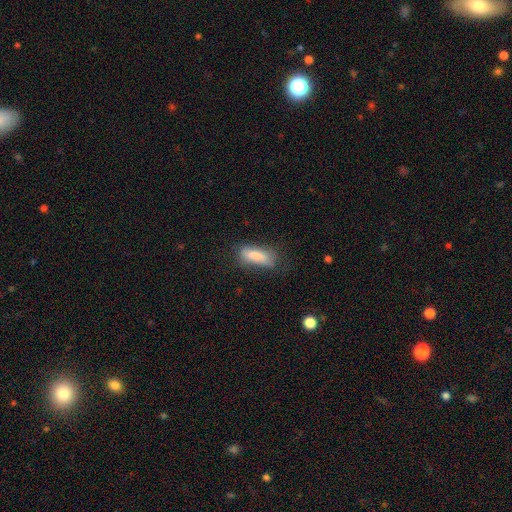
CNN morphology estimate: Smooth or featured?
  - smooth: 81% *
  - featured or disk: 12%
  - star or artifact: 7%
How rounded?
  - in between: 63% *
  - cigar-shaped: 35%
  - round: 2%
Merging?
  - none: 63% *
  - minor disturbance: 25%
  - major disturbance: 10%
  - merger: 2%